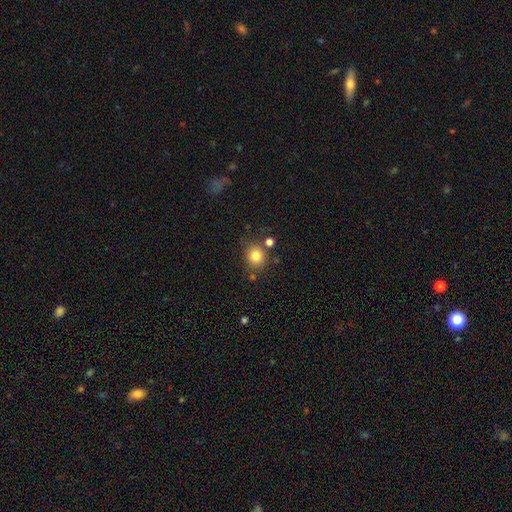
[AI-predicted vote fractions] Overall: smooth (81%). How rounded: round (83%). Merging: none (75%).